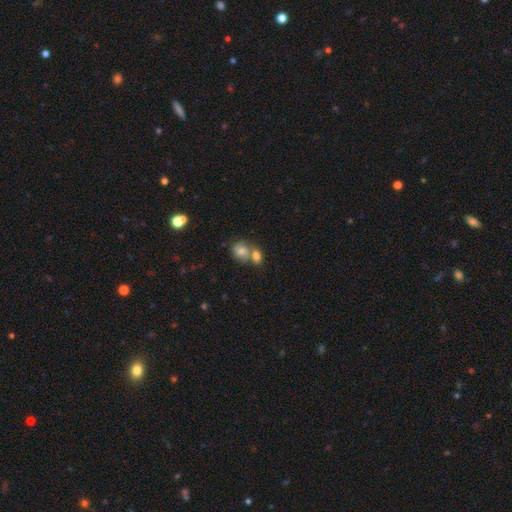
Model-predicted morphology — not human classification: smooth 72%, featured or disk 17%, star or artifact 11%. Down the decision tree: how rounded — in between (53%); merging — merger (57%).